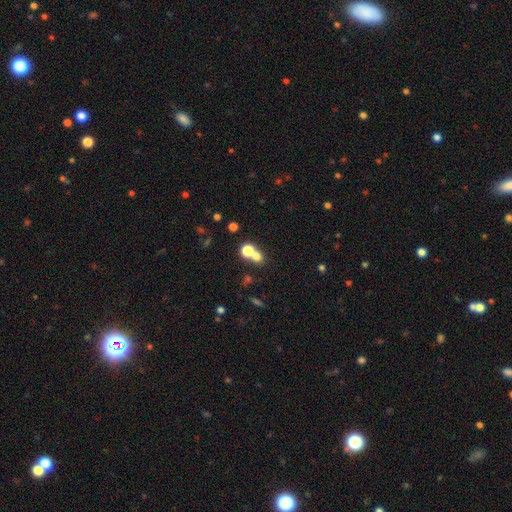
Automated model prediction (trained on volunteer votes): Smooth or featured?
  - smooth: 69% *
  - star or artifact: 19%
  - featured or disk: 12%
How rounded?
  - round: 77% *
  - in between: 21%
  - cigar-shaped: 1%
Merging?
  - merger: 46% *
  - none: 45%
  - minor disturbance: 6%
  - major disturbance: 3%